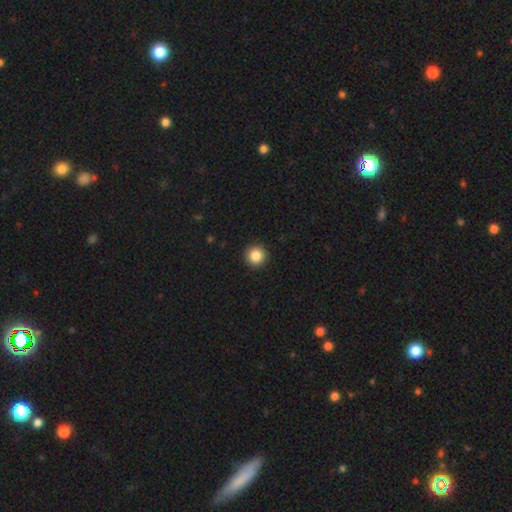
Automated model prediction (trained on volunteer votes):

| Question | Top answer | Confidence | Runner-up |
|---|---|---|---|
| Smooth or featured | smooth | 86% | star or artifact (10%) |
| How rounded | round | 96% | in between (3%) |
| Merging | none | 93% | minor disturbance (4%) |